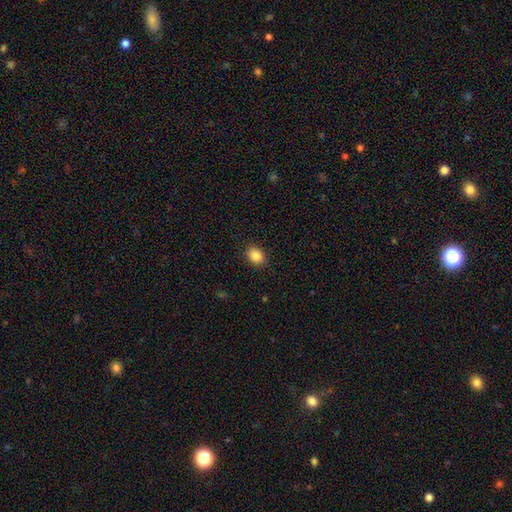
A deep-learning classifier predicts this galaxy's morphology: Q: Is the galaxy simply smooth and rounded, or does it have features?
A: smooth — 86%.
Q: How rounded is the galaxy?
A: in between — 58%.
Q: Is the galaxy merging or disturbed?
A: none — 88%.